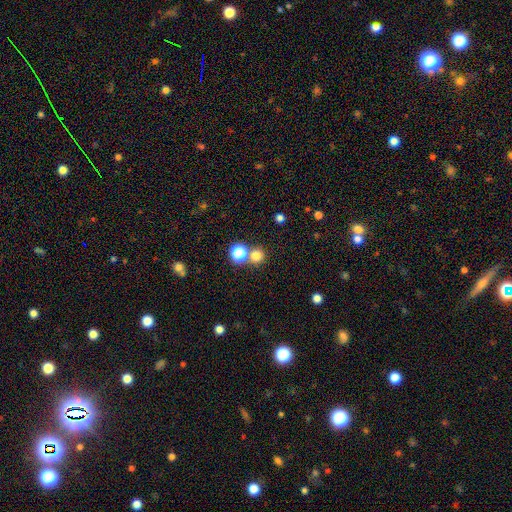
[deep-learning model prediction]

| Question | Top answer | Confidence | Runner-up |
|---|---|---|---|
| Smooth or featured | smooth | 75% | star or artifact (18%) |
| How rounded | round | 92% | in between (7%) |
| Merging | none | 69% | merger (22%) |